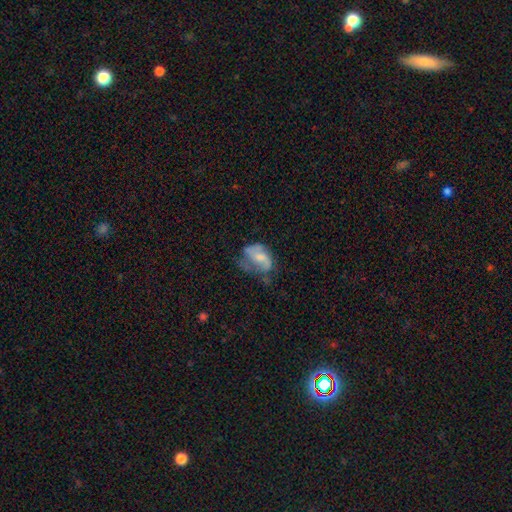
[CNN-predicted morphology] The model was most divided on "merging": none: 36%, major disturbance: 31%, minor disturbance: 30%, merger: 4%. More confident: edge-on disk — no (96%); smooth or featured — featured or disk (52%).